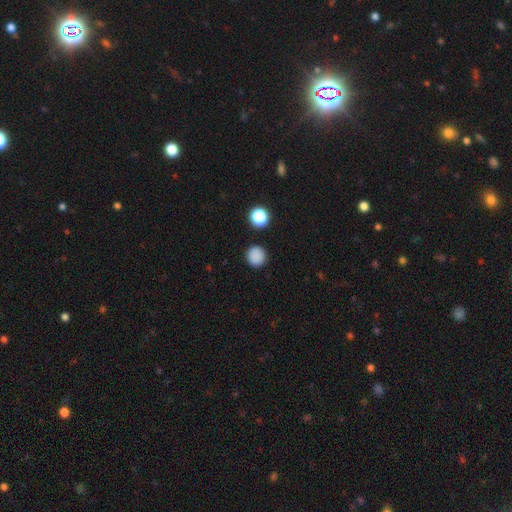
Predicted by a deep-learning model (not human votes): A smooth galaxy with no disk features (85%) that is round (92%). Merging: none (89%).